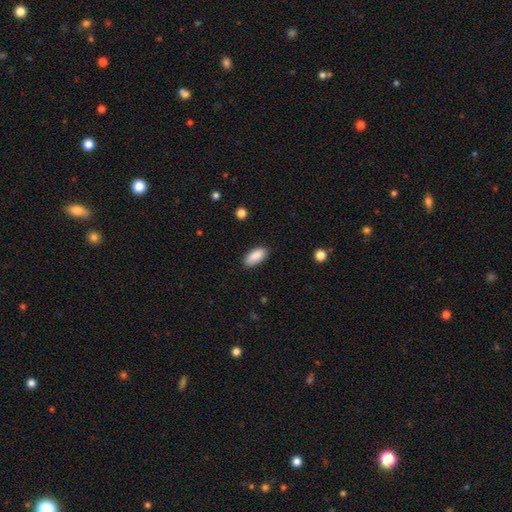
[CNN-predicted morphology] smooth-or-featured: smooth: 89% | star or artifact: 7% | featured or disk: 4%
  how-rounded: in between: 90% | cigar-shaped: 8% | round: 2%
  merging: none: 84% | minor disturbance: 12% | major disturbance: 2% | merger: 1%